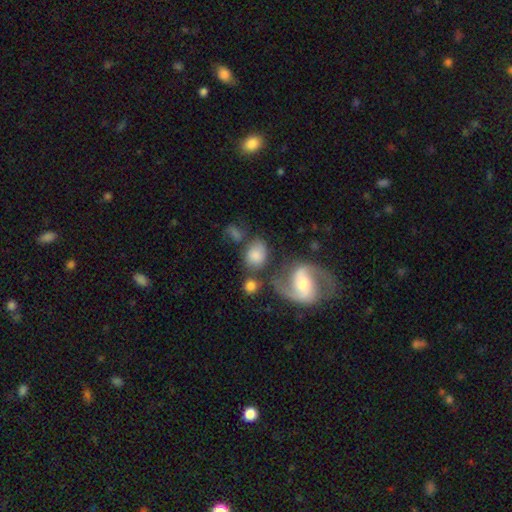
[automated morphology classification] Smooth or featured? Predicted: smooth (p=0.64). How rounded? Predicted: in between (p=0.62). Merging? Predicted: none (p=0.57).